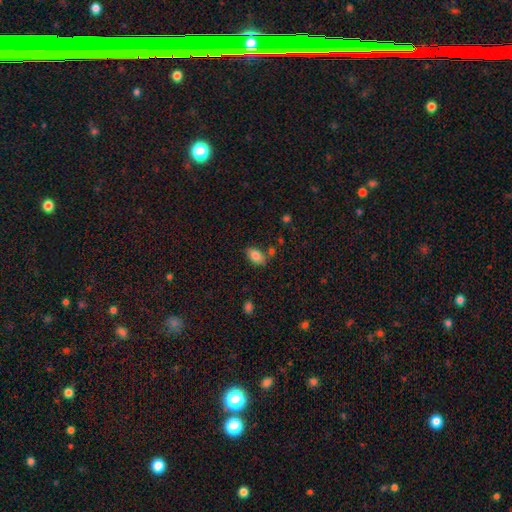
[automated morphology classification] This appears to be a smooth galaxy with no disk features (84%) that is in between round and cigar-shaped (91%). Merging: none (71%).